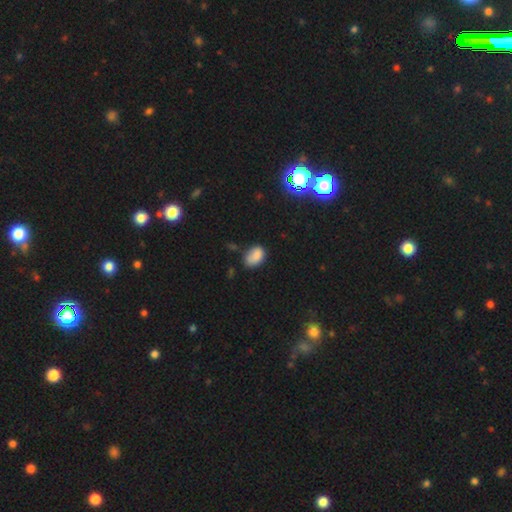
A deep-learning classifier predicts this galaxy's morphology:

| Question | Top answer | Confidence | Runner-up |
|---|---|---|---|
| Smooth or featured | smooth | 82% | star or artifact (11%) |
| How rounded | in between | 84% | round (15%) |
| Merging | none | 56% | minor disturbance (31%) |